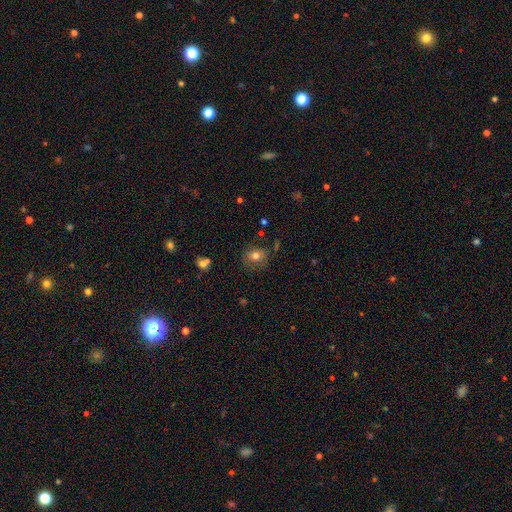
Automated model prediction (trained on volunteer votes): Smooth or featured? Predicted: smooth (p=0.74). How rounded? Predicted: round (p=0.78). Merging? Predicted: none (p=0.76).